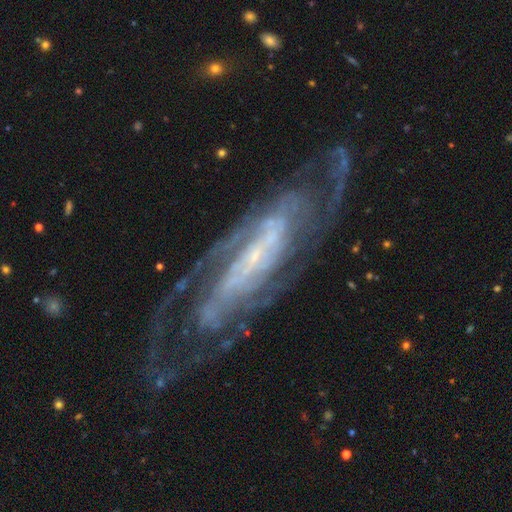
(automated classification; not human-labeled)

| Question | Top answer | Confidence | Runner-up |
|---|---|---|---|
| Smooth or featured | featured or disk | 89% | star or artifact (6%) |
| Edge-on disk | no | 88% | yes (12%) |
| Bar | strong | 36% | no (35%) |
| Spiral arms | yes | 97% | no (3%) |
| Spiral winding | tight | 53% | medium (38%) |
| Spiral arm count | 2 | 39% | can't tell (24%) |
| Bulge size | small | 77% | moderate (11%) |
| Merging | none | 72% | minor disturbance (16%) |